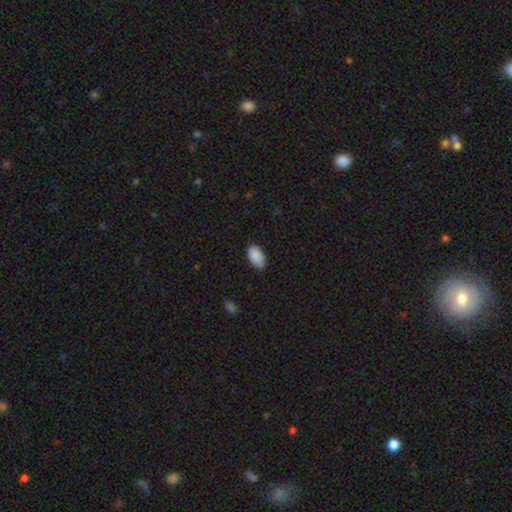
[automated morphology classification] smooth 90%, star or artifact 7%, featured or disk 4%. Down the decision tree: how rounded — in between (95%); merging — none (80%).